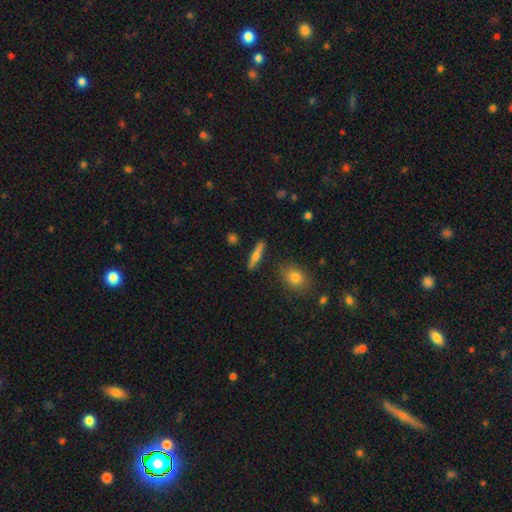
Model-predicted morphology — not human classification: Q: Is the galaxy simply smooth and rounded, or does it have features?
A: smooth — 48%.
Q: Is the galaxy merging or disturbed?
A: none — 88%.